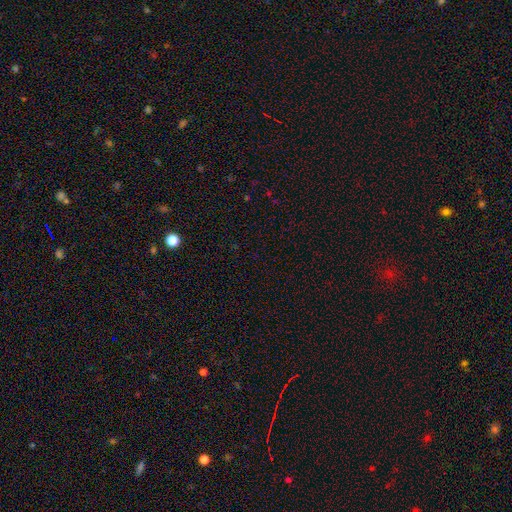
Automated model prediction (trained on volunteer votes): A star or artifact, not a galaxy (69%).

Vote fractions:
- Smooth or featured? star or artifact: 69% / smooth: 24% / featured or disk: 7%